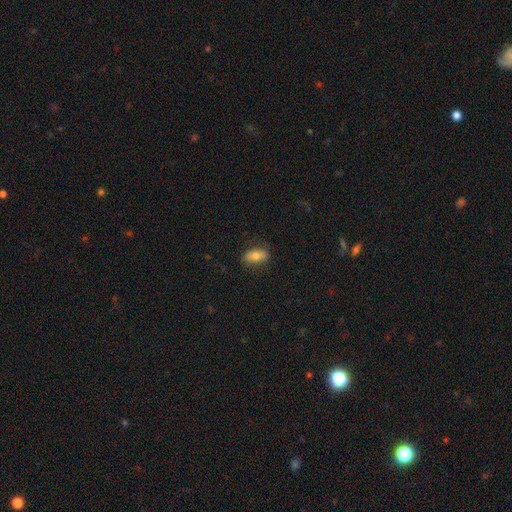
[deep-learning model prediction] Smooth or featured?
  - smooth: 75% *
  - featured or disk: 18%
  - star or artifact: 7%
How rounded?
  - in between: 87% *
  - cigar-shaped: 7%
  - round: 6%
Merging?
  - none: 80% *
  - minor disturbance: 15%
  - major disturbance: 4%
  - merger: 1%